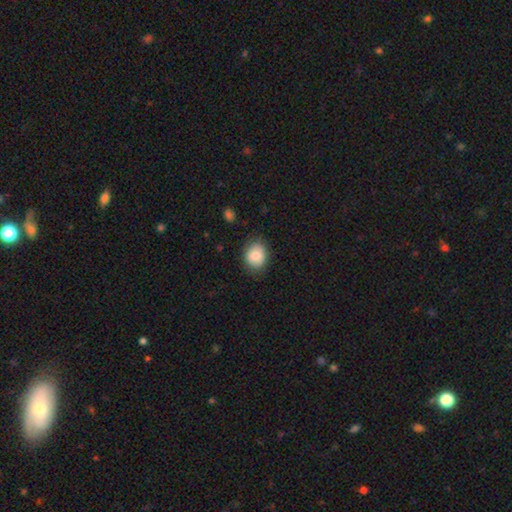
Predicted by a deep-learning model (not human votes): A smooth galaxy with no disk features (83%) that is round (53%).

Vote fractions:
- Smooth or featured? smooth: 83% / featured or disk: 9% / star or artifact: 8%
- How rounded? round: 53% / in between: 46% / cigar-shaped: 1%
- Merging? none: 81% / minor disturbance: 15% / major disturbance: 3% / merger: 1%